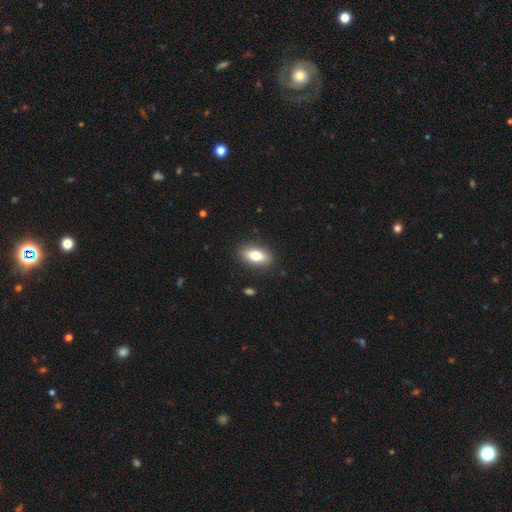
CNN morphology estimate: smooth_or_featured: smooth (p=0.74) [alt: featured or disk p=0.18]
how_rounded: in between (p=0.82) [alt: cigar-shaped p=0.12]
merging: none (p=0.87) [alt: minor disturbance p=0.09]